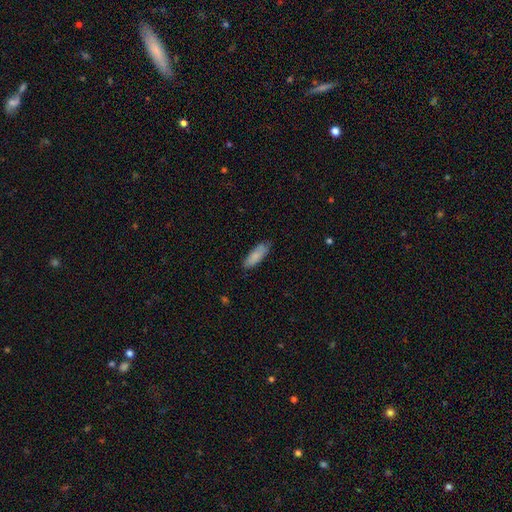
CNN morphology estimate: Overall: smooth (84%). How rounded: in between (61%; cigar-shaped 37%). Merging: none (79%).